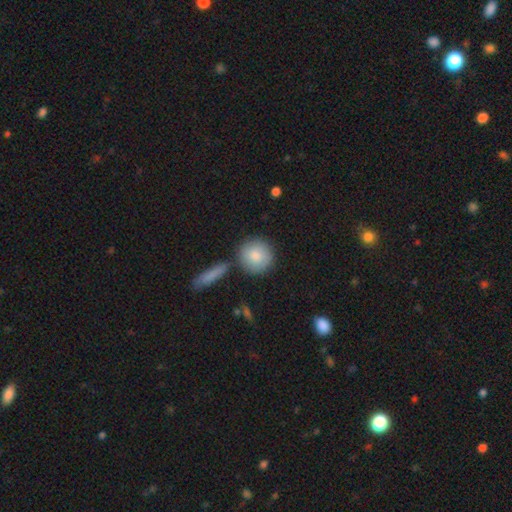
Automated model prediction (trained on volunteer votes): Morphology: type=smooth (84%); roundness=round (91%); merging=none (72%).